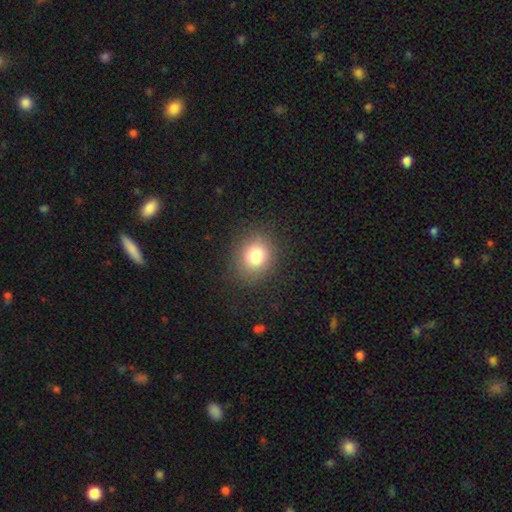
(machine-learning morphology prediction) The model was most divided on "how rounded": round: 71%, in between: 28%, cigar-shaped: 1%. More confident: merging — none (85%); smooth or featured — smooth (80%).